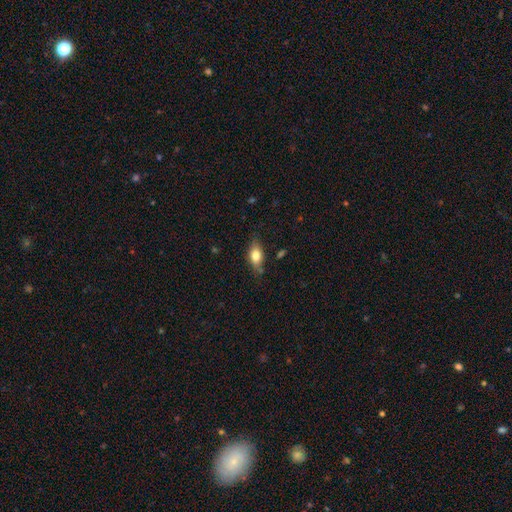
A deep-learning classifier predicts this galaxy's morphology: smooth 75%, featured or disk 18%, star or artifact 8%. Down the decision tree: how rounded — in between (83%); merging — none (74%).